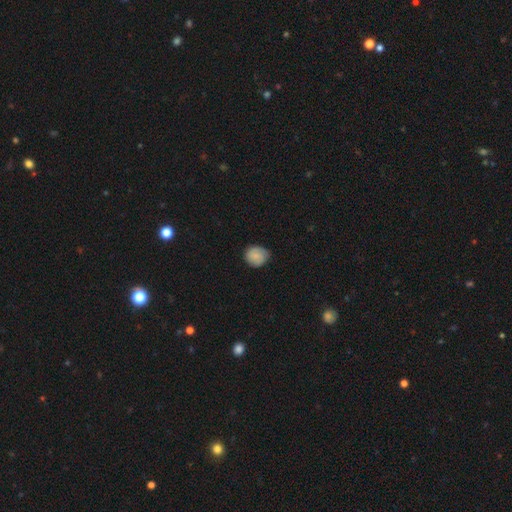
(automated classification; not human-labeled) smooth_or_featured: smooth (p=0.73) [alt: featured or disk p=0.20]
how_rounded: round (p=0.78) [alt: in between p=0.21]
merging: none (p=0.70) [alt: minor disturbance p=0.25]